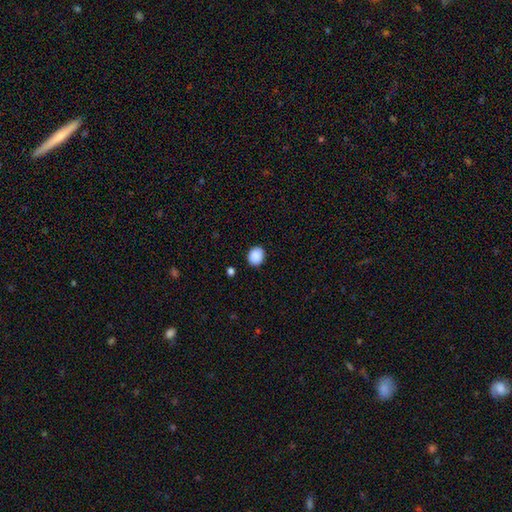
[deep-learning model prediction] Morphology: type=smooth (89%); roundness=round (62%); merging=none (88%).